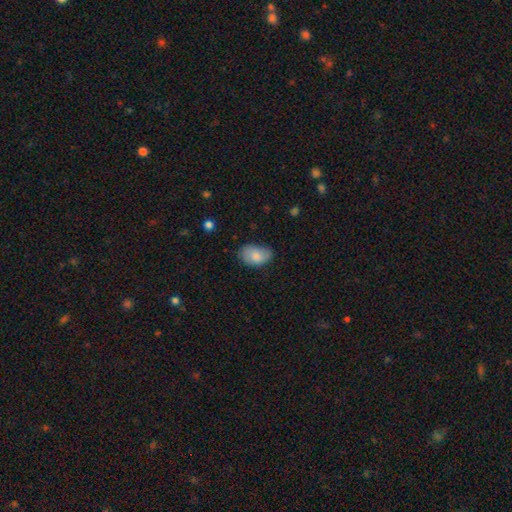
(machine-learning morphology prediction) This is clearly a smooth galaxy (81%). How rounded: clearly in between (90%). Merging: likely none (61%).